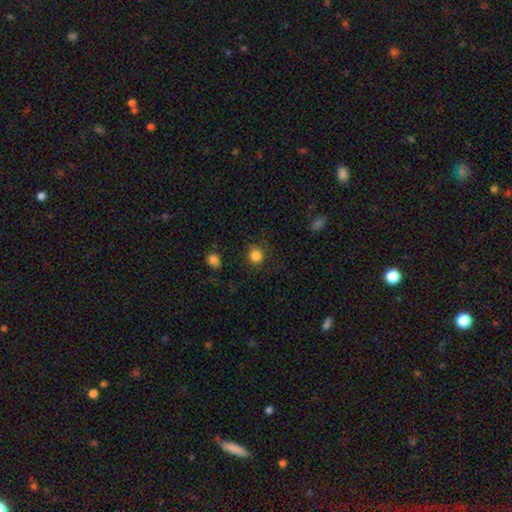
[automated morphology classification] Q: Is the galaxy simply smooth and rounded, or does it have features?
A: smooth — 85%.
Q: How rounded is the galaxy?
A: round — 85%.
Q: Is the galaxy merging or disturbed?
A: none — 81%.